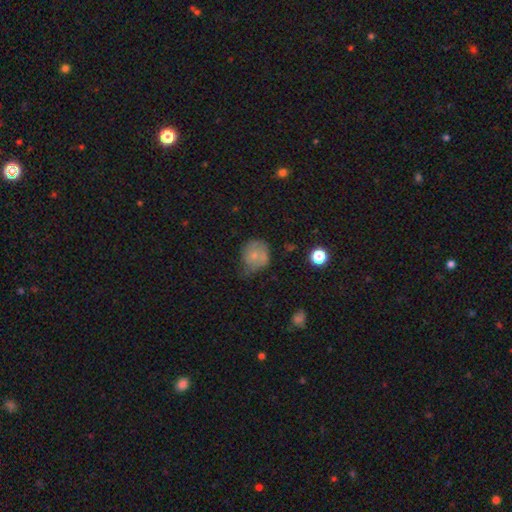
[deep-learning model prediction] Q: Smooth or featured?
A: smooth (65%); runner-up: featured or disk (26%)
Q: How rounded?
A: round (73%); runner-up: in between (26%)
Q: Merging?
A: none (38%); tied with: minor disturbance (38%)